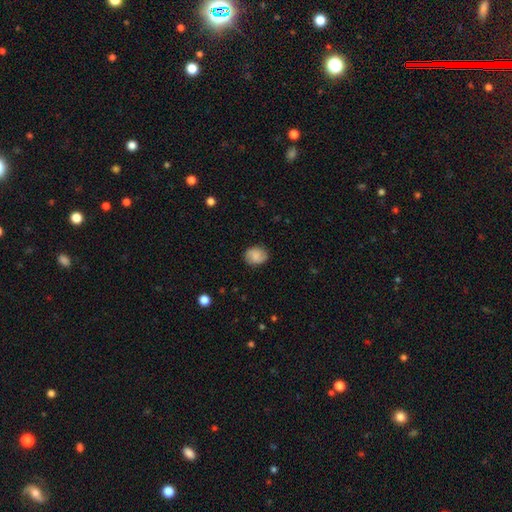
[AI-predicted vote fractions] Smooth or featured? Predicted: smooth (p=0.72). How rounded? Predicted: round (p=0.62). Merging? Predicted: none (p=0.83).